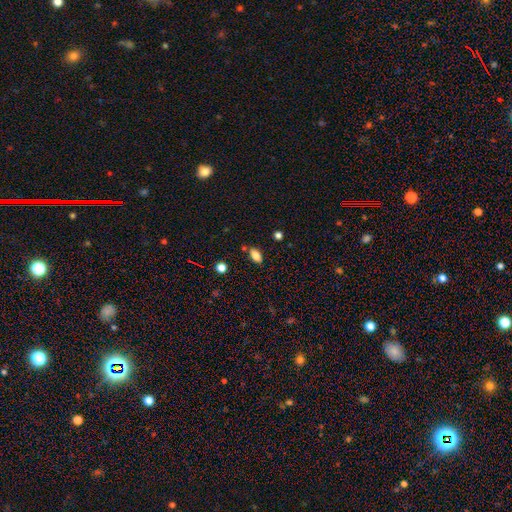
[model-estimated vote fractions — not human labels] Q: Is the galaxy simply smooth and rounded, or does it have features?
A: smooth — 81%.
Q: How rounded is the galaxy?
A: in between — 89%.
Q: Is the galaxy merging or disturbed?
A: none — 80%.